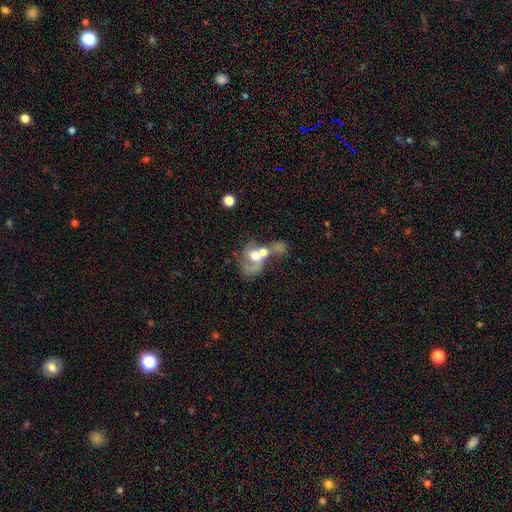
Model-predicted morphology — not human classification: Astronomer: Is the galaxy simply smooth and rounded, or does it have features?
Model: featured or disk — 51% (runner-up: smooth, 39%).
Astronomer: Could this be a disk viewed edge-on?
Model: no — 96%.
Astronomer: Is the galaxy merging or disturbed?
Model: merger — 68%.